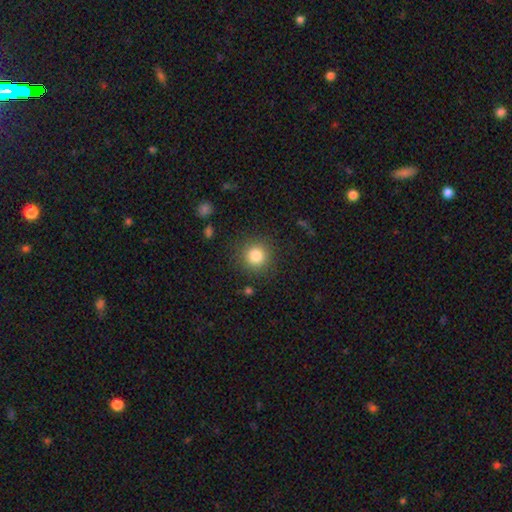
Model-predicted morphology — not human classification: Q: Smooth or featured?
A: smooth (83%); runner-up: star or artifact (11%)
Q: How rounded?
A: round (94%); runner-up: in between (5%)
Q: Merging?
A: none (88%); runner-up: minor disturbance (7%)